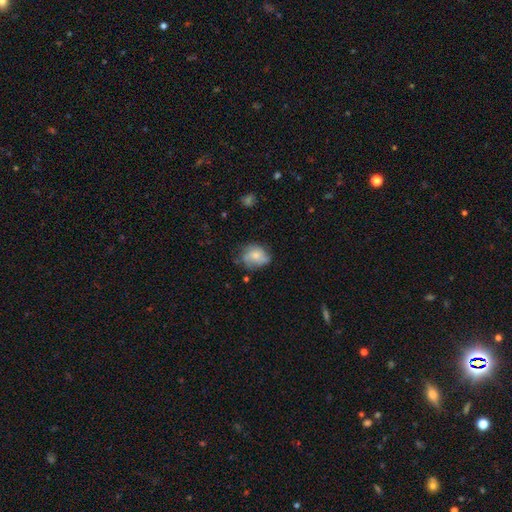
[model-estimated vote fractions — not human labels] Smooth or featured? Predicted: smooth (p=0.53). How rounded? Predicted: round (p=0.52). Merging? Predicted: none (p=0.55).